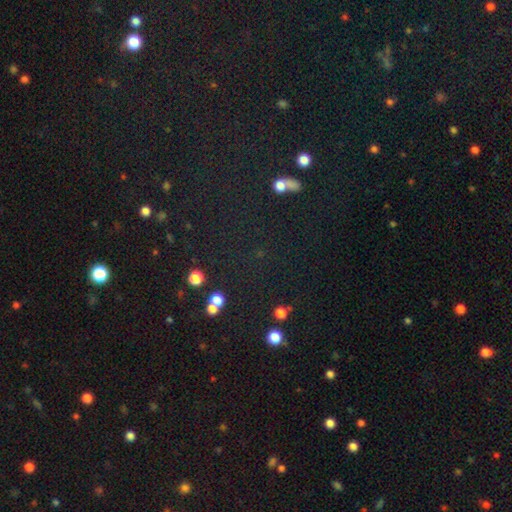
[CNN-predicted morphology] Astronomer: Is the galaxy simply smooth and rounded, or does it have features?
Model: star or artifact — 69%.